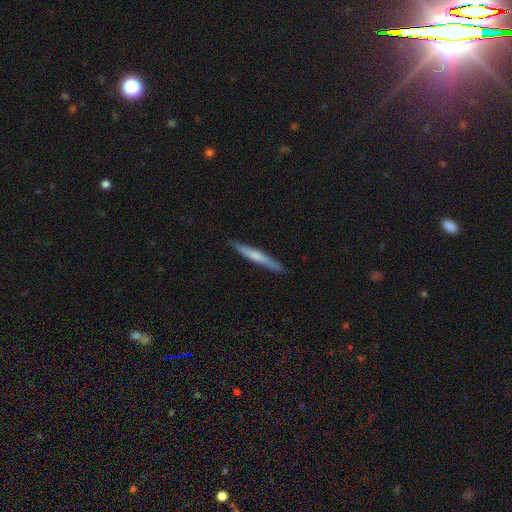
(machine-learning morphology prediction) This appears to be a smooth galaxy with no disk features (53%) that is cigar-shaped (96%). Merging: none (89%).